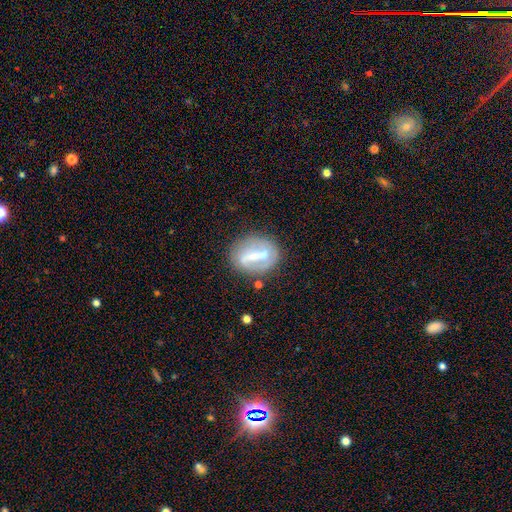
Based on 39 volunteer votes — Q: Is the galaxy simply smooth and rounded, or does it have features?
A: featured or disk — 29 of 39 (74%).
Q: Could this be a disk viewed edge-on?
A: no — 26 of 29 (90%).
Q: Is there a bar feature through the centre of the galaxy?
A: strong — 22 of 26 (85%).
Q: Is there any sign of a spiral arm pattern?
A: no — 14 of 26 (54%).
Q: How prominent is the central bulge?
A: none — 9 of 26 (35%).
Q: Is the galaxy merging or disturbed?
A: none — 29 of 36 (81%).